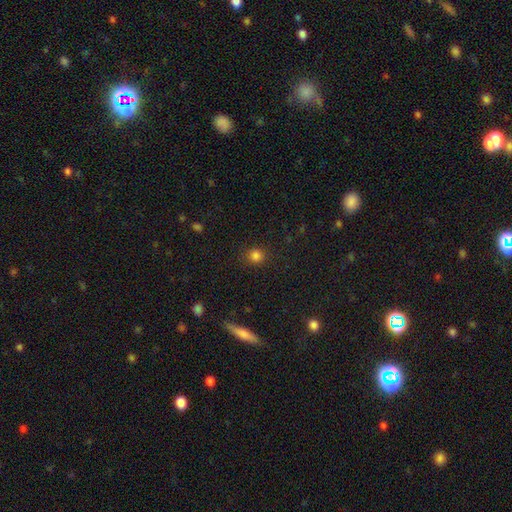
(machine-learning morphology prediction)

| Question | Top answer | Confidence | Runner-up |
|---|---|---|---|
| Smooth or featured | smooth | 81% | star or artifact (15%) |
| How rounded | round | 84% | in between (15%) |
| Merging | none | 85% | minor disturbance (10%) |